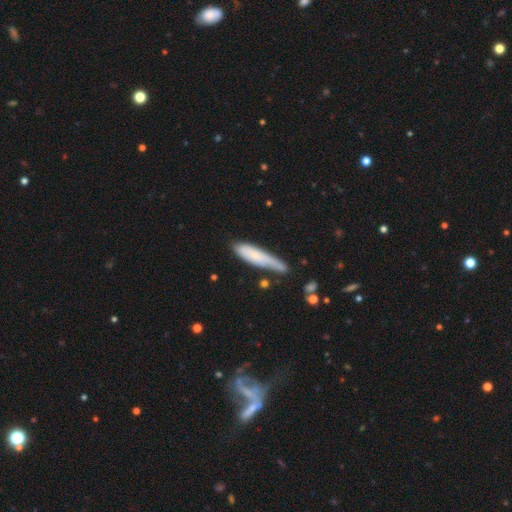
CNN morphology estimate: Q: Smooth or featured?
A: smooth (67%); runner-up: featured or disk (26%)
Q: How rounded?
A: cigar-shaped (78%); runner-up: in between (21%)
Q: Merging?
A: none (52%); runner-up: minor disturbance (32%)